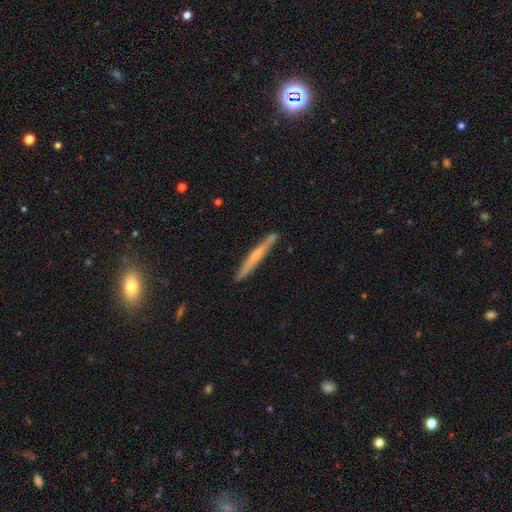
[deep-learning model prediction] Smooth or featured: featured or disk — 54% (smooth — 40%)
Edge-on disk: yes — 96% (no — 4%)
Edge-on bulge: rounded — 52% (none — 42%)
Merging: none — 88% (minor disturbance — 9%)